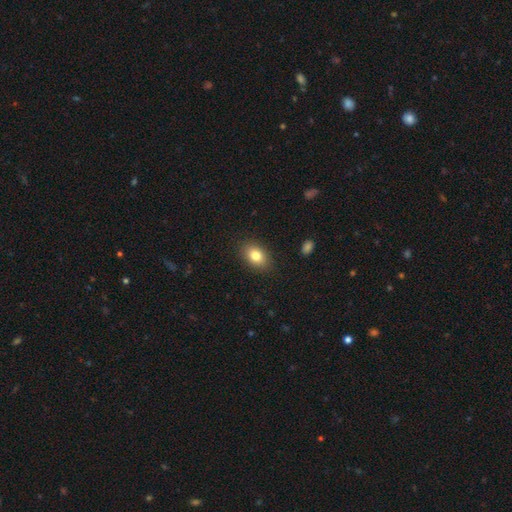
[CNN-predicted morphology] Smooth or featured? smooth (82%)
How rounded? in between (80%)
Merging? none (88%)